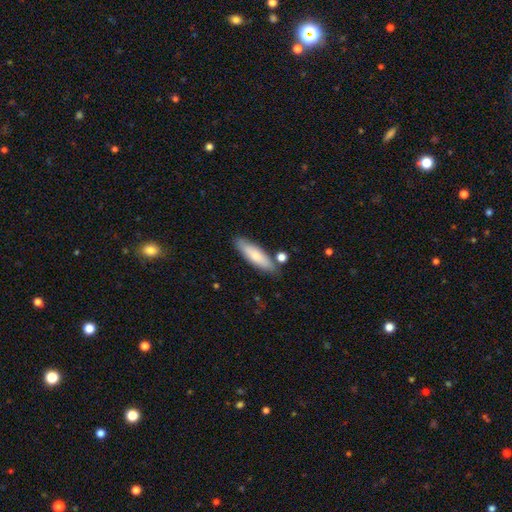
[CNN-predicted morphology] Q: Smooth or featured?
A: smooth (74%); runner-up: featured or disk (20%)
Q: How rounded?
A: cigar-shaped (60%); runner-up: in between (39%)
Q: Merging?
A: none (79%); runner-up: minor disturbance (13%)